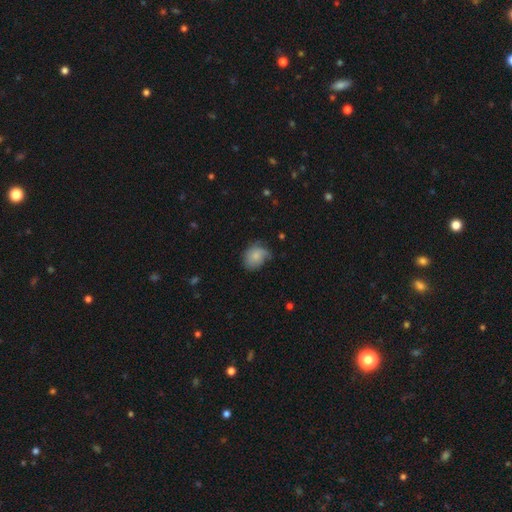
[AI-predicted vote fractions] smooth_or_featured: smooth (p=0.71) [alt: featured or disk p=0.21]
how_rounded: in between (p=0.57) [alt: round p=0.42]
merging: none (p=0.47) [alt: minor disturbance p=0.36]